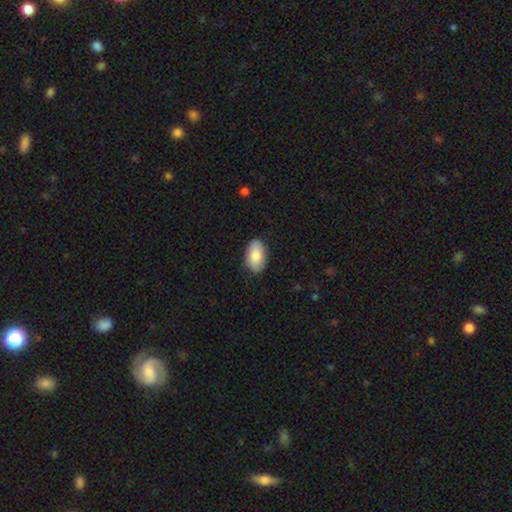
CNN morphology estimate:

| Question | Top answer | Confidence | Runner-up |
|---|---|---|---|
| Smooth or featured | smooth | 85% | featured or disk (9%) |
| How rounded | in between | 93% | round (5%) |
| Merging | none | 85% | minor disturbance (11%) |